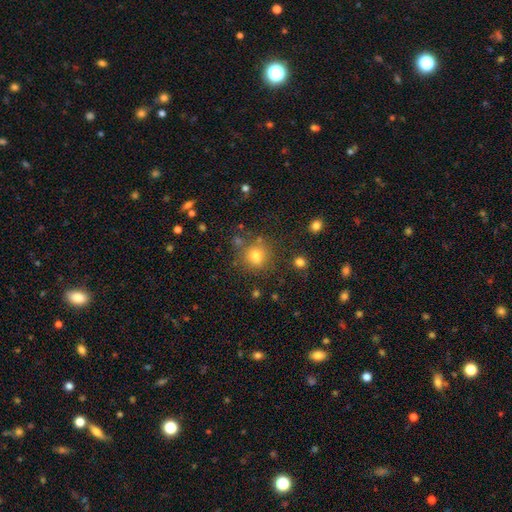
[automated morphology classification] The model was most divided on "how rounded": round: 80%, in between: 19%, cigar-shaped: 1%. More confident: smooth or featured — smooth (76%); merging — none (75%).